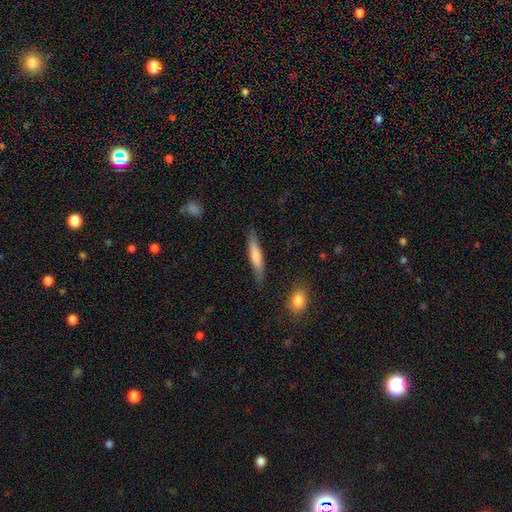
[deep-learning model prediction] Morphology: type=smooth (66%); roundness=cigar-shaped (87%); merging=none (82%).